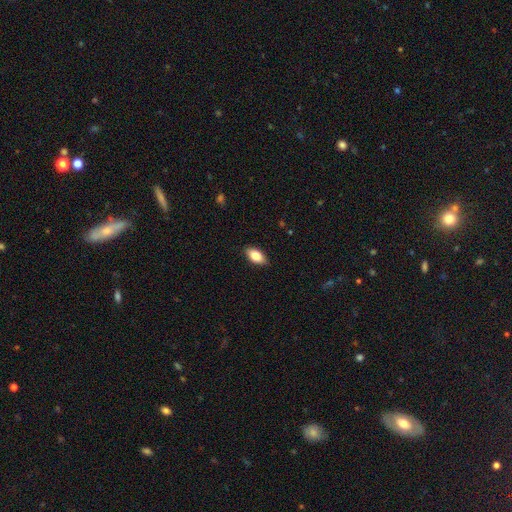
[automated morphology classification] Smooth or featured? smooth (81%)
How rounded? in between (91%)
Merging? none (87%)